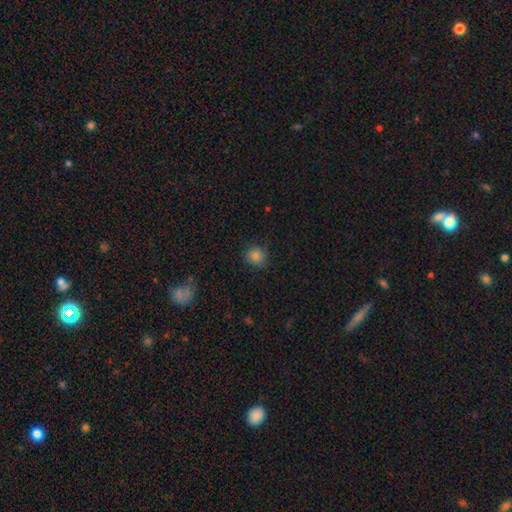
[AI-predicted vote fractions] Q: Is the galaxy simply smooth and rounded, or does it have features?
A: smooth — 82%.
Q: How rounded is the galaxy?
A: round — 88%.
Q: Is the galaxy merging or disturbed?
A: none — 81%.